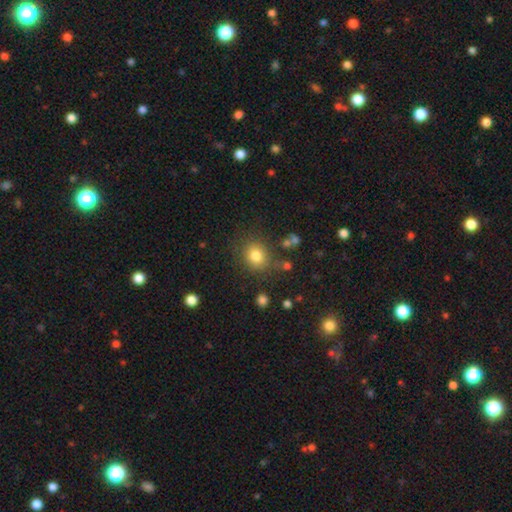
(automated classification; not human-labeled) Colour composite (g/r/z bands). It shows a smooth galaxy with no disk features (80%) that is round (74%). Merging: none (80%).